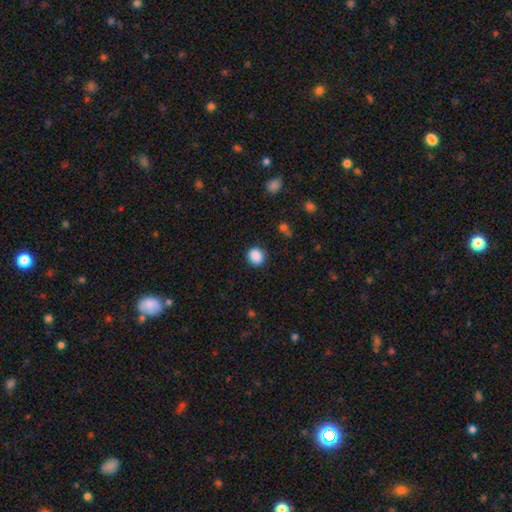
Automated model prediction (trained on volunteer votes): Morphology: type=smooth (88%); roundness=round (80%); merging=none (88%).